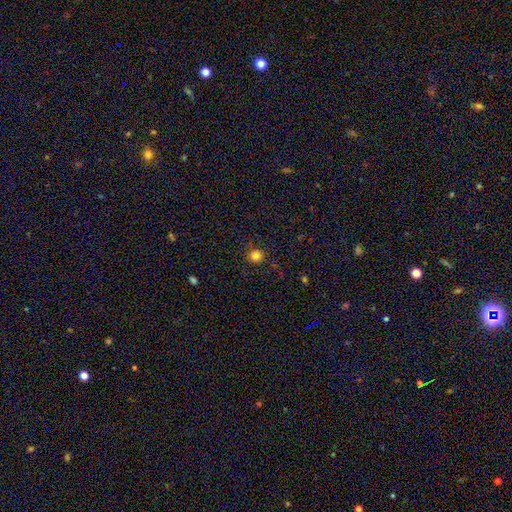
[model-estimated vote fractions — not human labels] Smooth or featured: smooth — 82% (star or artifact — 14%)
How rounded: round — 93% (in between — 6%)
Merging: none — 90% (minor disturbance — 6%)